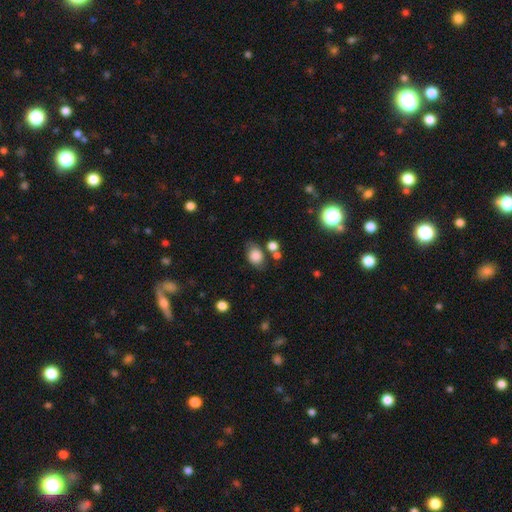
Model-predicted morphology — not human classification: Smooth or featured?
  - smooth: 83% *
  - star or artifact: 10%
  - featured or disk: 7%
How rounded?
  - in between: 55% *
  - round: 44%
  - cigar-shaped: 1%
Merging?
  - none: 63% *
  - minor disturbance: 20%
  - merger: 11%
  - major disturbance: 7%